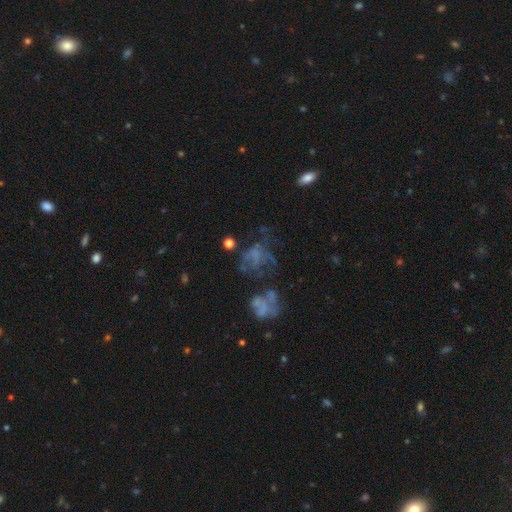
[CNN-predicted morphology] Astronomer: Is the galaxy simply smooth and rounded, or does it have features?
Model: featured or disk — 49% (runner-up: smooth, 29%).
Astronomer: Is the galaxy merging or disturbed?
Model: major disturbance — 36% (runner-up: none, 34%).